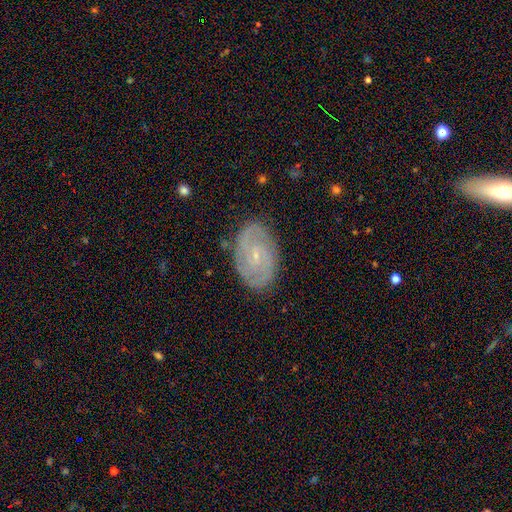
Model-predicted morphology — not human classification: Q: Smooth or featured?
A: featured or disk (83%); runner-up: smooth (11%)
Q: Edge-on disk?
A: no (97%); runner-up: yes (3%)
Q: Bar?
A: no (55%); runner-up: weak (37%)
Q: Spiral arms?
A: yes (96%); runner-up: no (4%)
Q: Spiral winding?
A: tight (60%); runner-up: medium (33%)
Q: Spiral arm count?
A: 2 (65%); runner-up: can't tell (14%)
Q: Bulge size?
A: small (82%); runner-up: moderate (12%)
Q: Merging?
A: none (84%); runner-up: minor disturbance (12%)